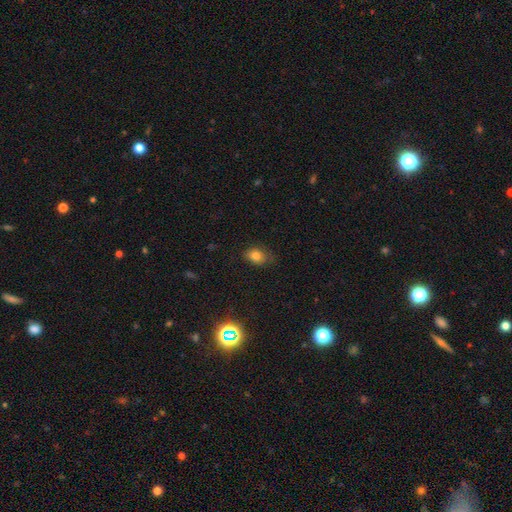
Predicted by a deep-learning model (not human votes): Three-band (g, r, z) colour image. It shows a smooth galaxy with no disk features (79%) that is in between round and cigar-shaped (68%). Merging: none (73%).